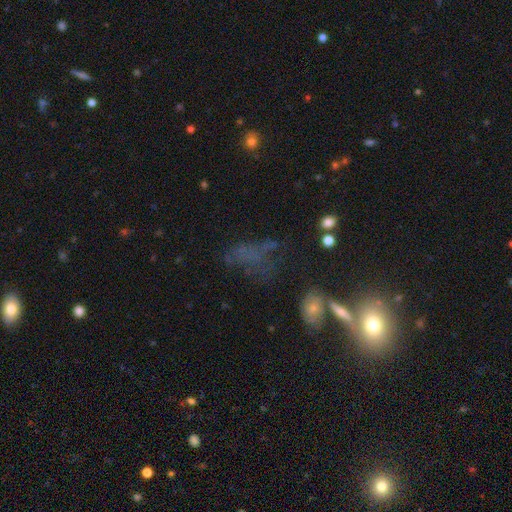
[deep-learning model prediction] Q: Smooth or featured?
A: smooth (42%); runner-up: star or artifact (30%)
Q: Merging?
A: none (35%); runner-up: major disturbance (33%)